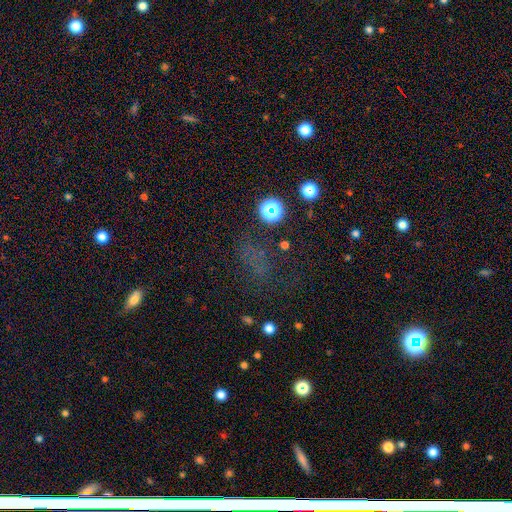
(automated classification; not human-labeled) smooth_or_featured: star or artifact (p=0.49) [alt: smooth p=0.39]